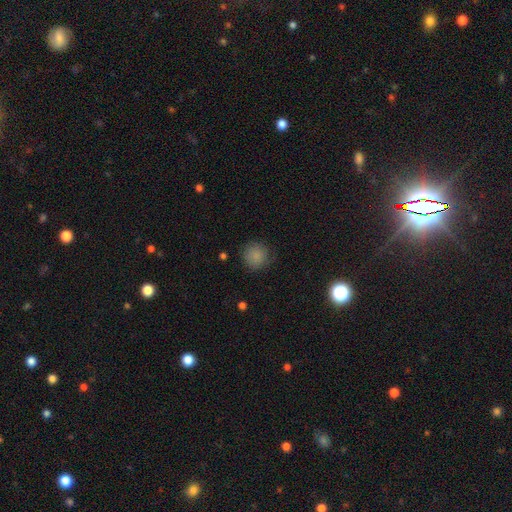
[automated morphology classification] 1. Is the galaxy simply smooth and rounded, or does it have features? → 85% smooth, 10% star or artifact, 5% featured or disk.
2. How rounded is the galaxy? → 93% round, 6% in between, 1% cigar-shaped.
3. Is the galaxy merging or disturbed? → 83% none, 12% minor disturbance, 4% major disturbance, 1% merger.